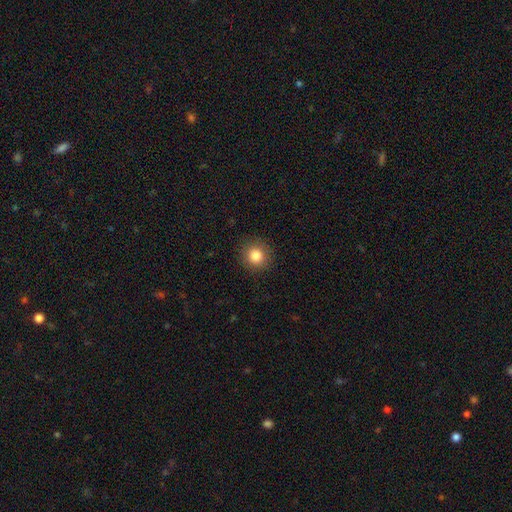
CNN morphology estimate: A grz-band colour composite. It shows a smooth galaxy with no disk features (84%) that is round (91%). Merging: none (90%).